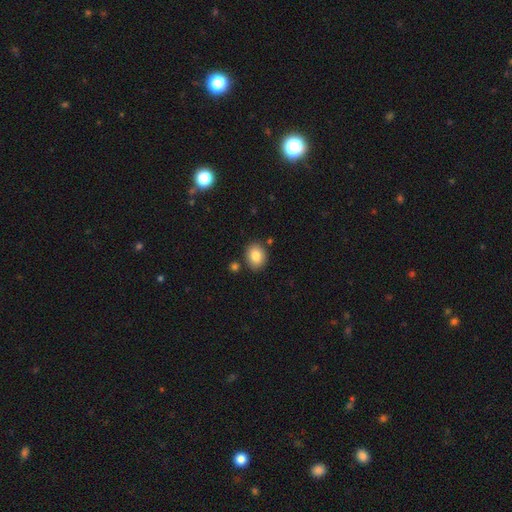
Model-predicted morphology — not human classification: Q: Smooth or featured?
A: smooth (83%); runner-up: star or artifact (9%)
Q: How rounded?
A: round (51%); runner-up: in between (48%)
Q: Merging?
A: none (82%); runner-up: minor disturbance (10%)